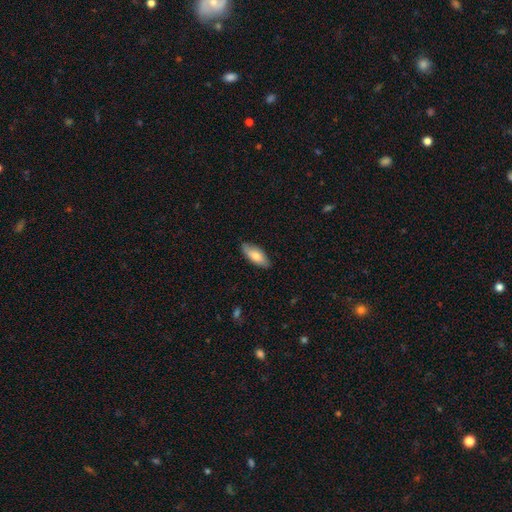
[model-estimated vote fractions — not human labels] Morphology: type=smooth (76%); roundness=in between (80%); merging=none (83%).